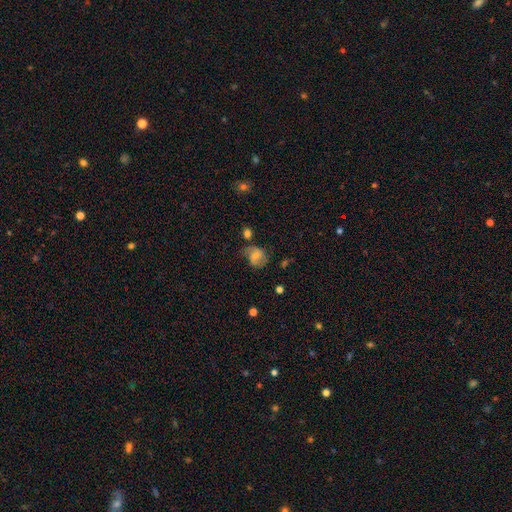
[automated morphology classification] Smooth or featured? Predicted: featured or disk (p=0.45). Merging? Predicted: none (p=0.46).